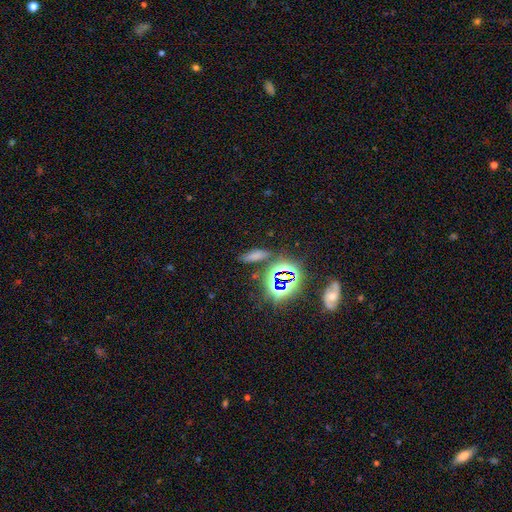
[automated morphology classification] Smooth or featured?
  - smooth: 55% *
  - star or artifact: 35%
  - featured or disk: 10%
How rounded?
  - in between: 55% *
  - cigar-shaped: 38%
  - round: 7%
Merging?
  - none: 72% *
  - minor disturbance: 14%
  - merger: 8%
  - major disturbance: 6%